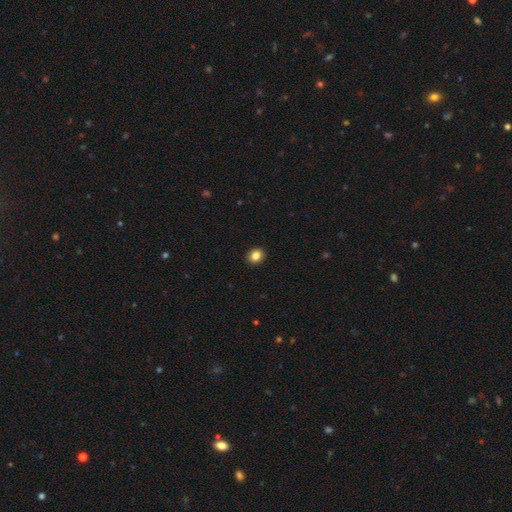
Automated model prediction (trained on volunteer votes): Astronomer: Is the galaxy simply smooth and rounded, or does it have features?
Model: smooth — 85%.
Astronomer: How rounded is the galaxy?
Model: round — 67%.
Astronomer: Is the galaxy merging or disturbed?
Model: none — 92%.